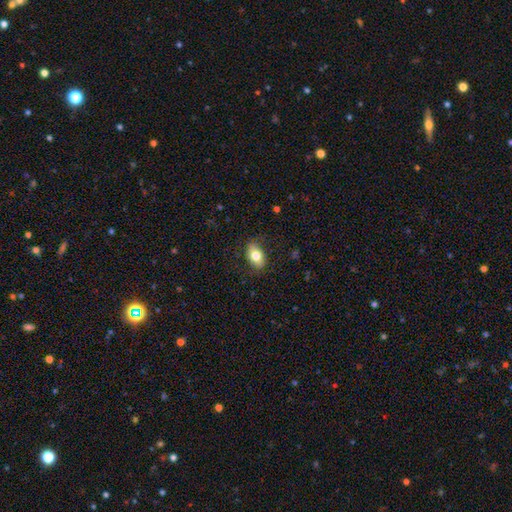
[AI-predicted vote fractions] smooth-or-featured: smooth: 76% | featured or disk: 17% | star or artifact: 7%
  how-rounded: in between: 89% | round: 8% | cigar-shaped: 3%
  merging: none: 83% | minor disturbance: 13% | major disturbance: 3% | merger: 1%